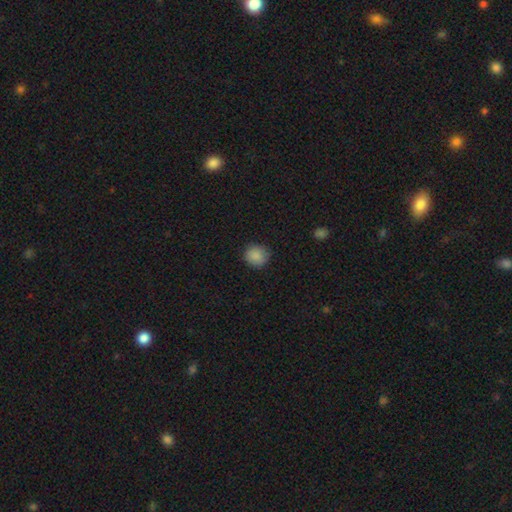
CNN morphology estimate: A smooth galaxy with no disk features (88%) that is round (88%). Merging: none (86%).